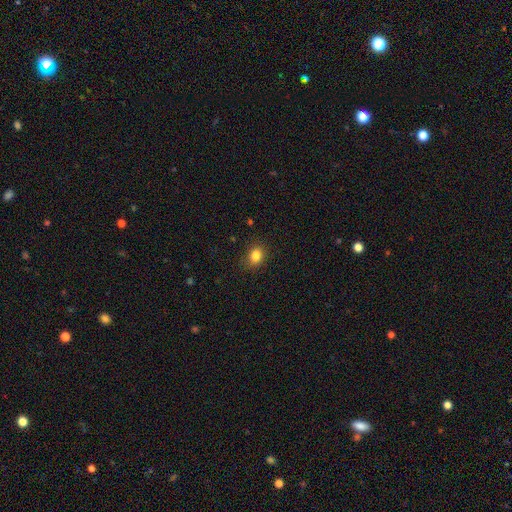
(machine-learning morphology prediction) smooth-or-featured: smooth: 83% | star or artifact: 12% | featured or disk: 5%
  how-rounded: round: 53% | in between: 46% | cigar-shaped: 1%
  merging: none: 86% | minor disturbance: 11% | major disturbance: 3% | merger: 1%